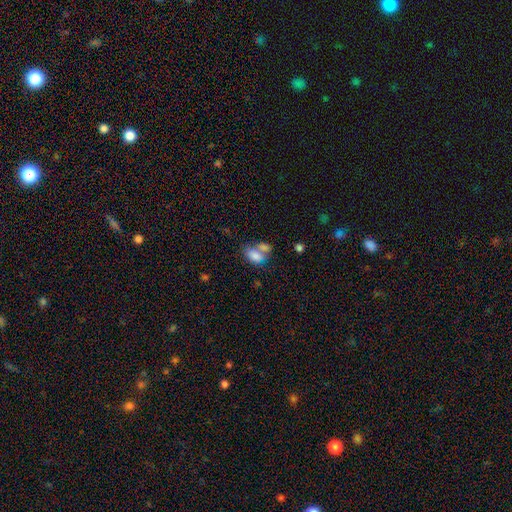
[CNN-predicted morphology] smooth_or_featured: smooth (p=0.78) [alt: featured or disk p=0.13]
how_rounded: in between (p=0.87) [alt: round p=0.11]
merging: merger (p=0.54) [alt: none p=0.27]